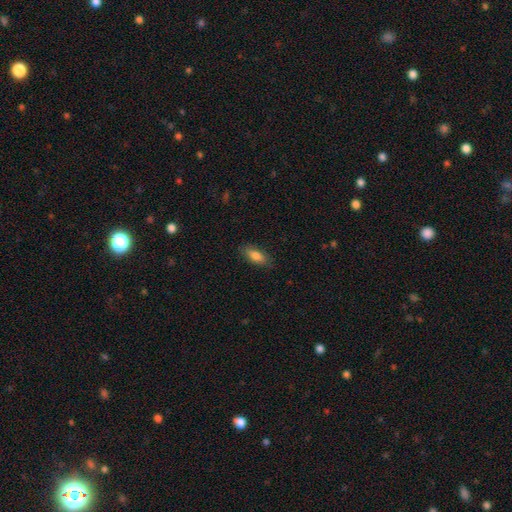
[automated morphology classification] Smooth or featured? smooth (81%)
How rounded? in between (80%)
Merging? none (84%)